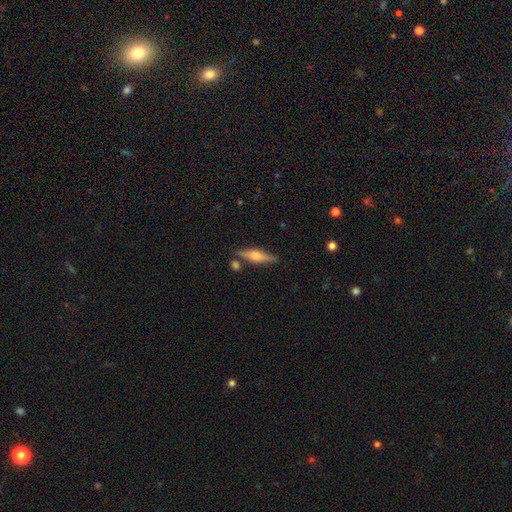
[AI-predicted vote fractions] This is possibly a featured or disk galaxy (57%). It is clearly viewed edge-on (95%). Edge-on bulge: clearly rounded (81%). Merging: likely none (79%).